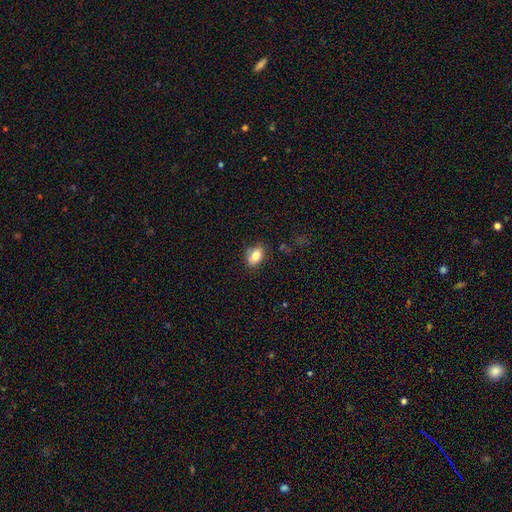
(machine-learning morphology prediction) Overall: smooth (80%). How rounded: in between (80%). Merging: none (70%).